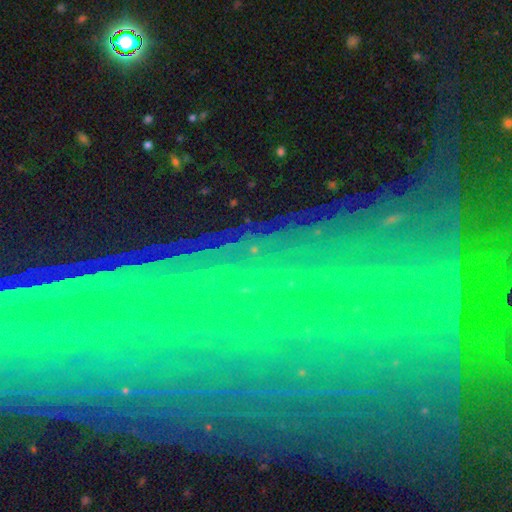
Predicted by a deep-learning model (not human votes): A star or artifact, not a galaxy (78%).

Vote fractions:
- Smooth or featured? star or artifact: 78% / featured or disk: 13% / smooth: 9%